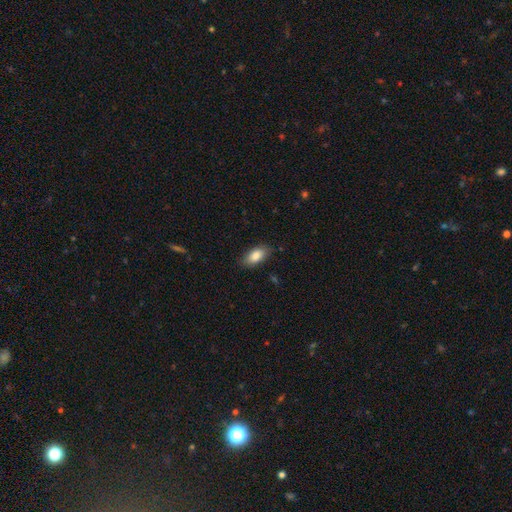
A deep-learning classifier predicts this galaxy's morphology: Smooth or featured? Predicted: smooth (p=0.85). How rounded? Predicted: in between (p=0.90). Merging? Predicted: none (p=0.83).